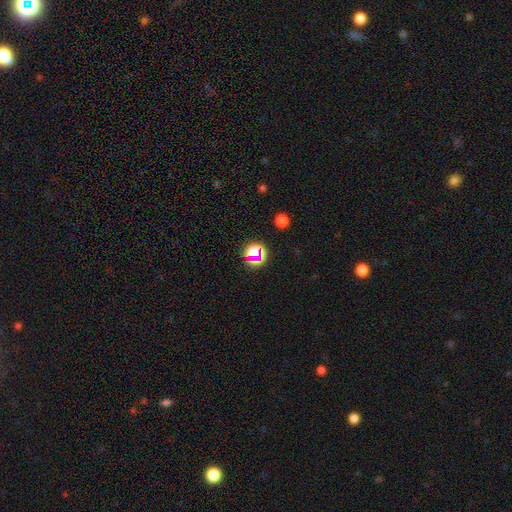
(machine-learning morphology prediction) A star or artifact, not a galaxy (58%).